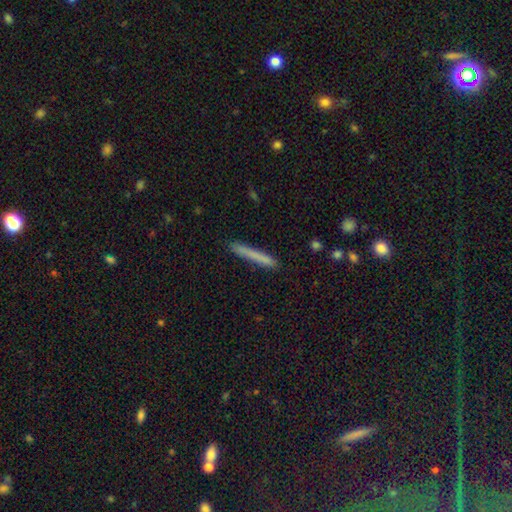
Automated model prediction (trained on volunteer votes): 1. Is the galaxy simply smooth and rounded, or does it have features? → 75% smooth, 19% featured or disk, 7% star or artifact.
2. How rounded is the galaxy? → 97% cigar-shaped, 2% in between, 1% round.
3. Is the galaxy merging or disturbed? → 88% none, 9% minor disturbance, 2% major disturbance, 1% merger.